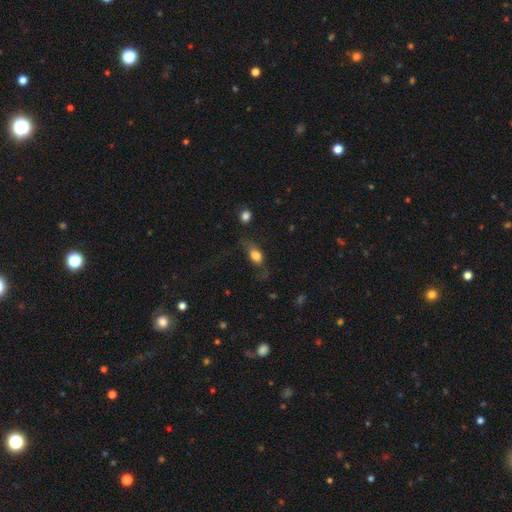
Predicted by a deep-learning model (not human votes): Overall: smooth (74%). How rounded: in between (75%). Merging: none (46%; minor disturbance 26%).